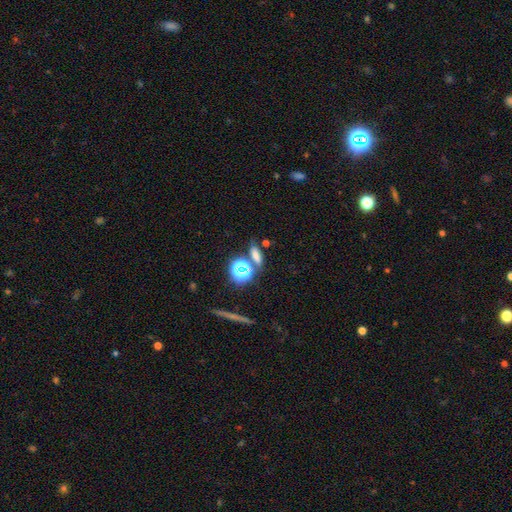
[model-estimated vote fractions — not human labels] Smooth or featured?
  - smooth: 64% *
  - star or artifact: 25%
  - featured or disk: 11%
How rounded?
  - in between: 53% *
  - cigar-shaped: 30%
  - round: 16%
Merging?
  - none: 70% *
  - merger: 15%
  - minor disturbance: 11%
  - major disturbance: 5%